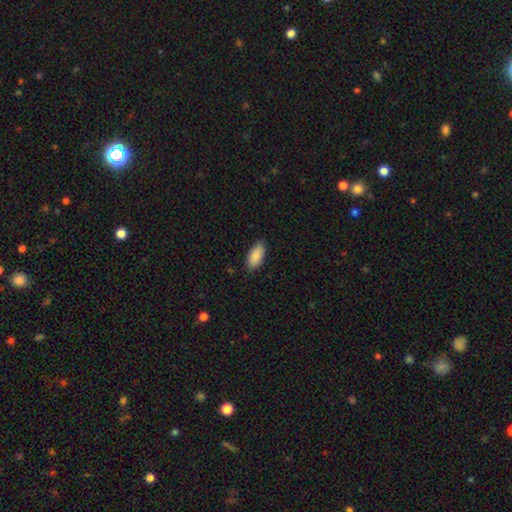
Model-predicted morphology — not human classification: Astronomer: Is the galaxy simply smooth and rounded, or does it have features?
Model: smooth — 89%.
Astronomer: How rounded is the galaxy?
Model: in between — 90%.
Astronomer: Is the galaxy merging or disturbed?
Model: none — 84%.